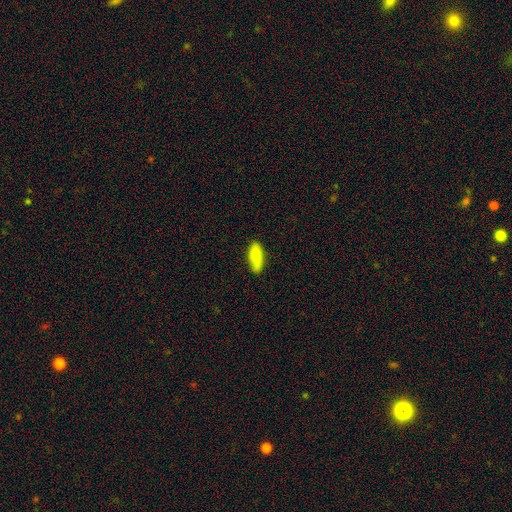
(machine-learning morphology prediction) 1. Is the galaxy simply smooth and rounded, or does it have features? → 85% smooth, 9% featured or disk, 6% star or artifact.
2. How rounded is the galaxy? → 68% in between, 30% cigar-shaped, 2% round.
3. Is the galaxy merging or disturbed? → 77% none, 18% minor disturbance, 3% major disturbance, 2% merger.